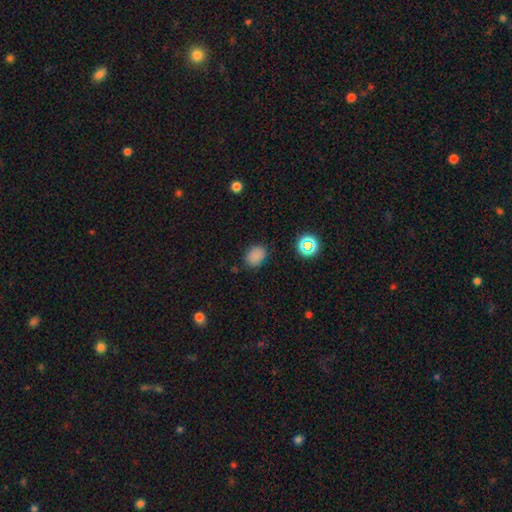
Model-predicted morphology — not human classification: This is likely a smooth galaxy (80%). How rounded: likely in between (61%). Merging: clearly none (82%).